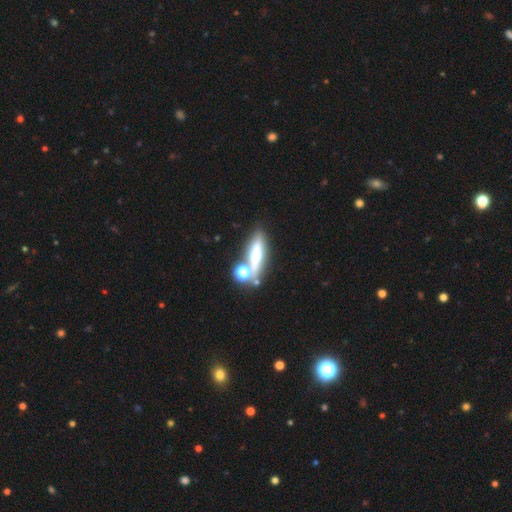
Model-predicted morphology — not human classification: smooth_or_featured: smooth (p=0.47) [alt: featured or disk p=0.39]
merging: none (p=0.62) [alt: merger p=0.19]